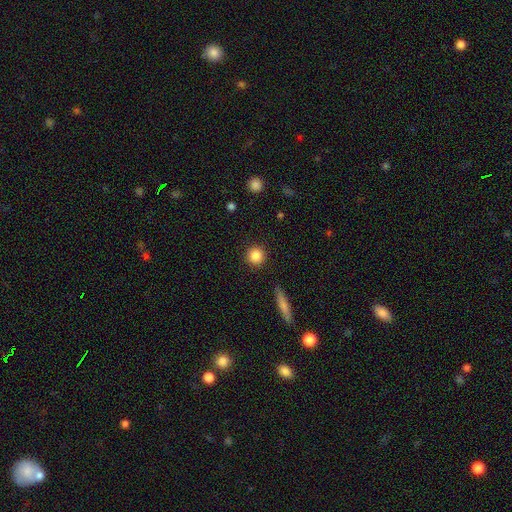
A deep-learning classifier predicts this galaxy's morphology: This is clearly a smooth galaxy (85%). How rounded: clearly round (94%). Merging: clearly none (91%).